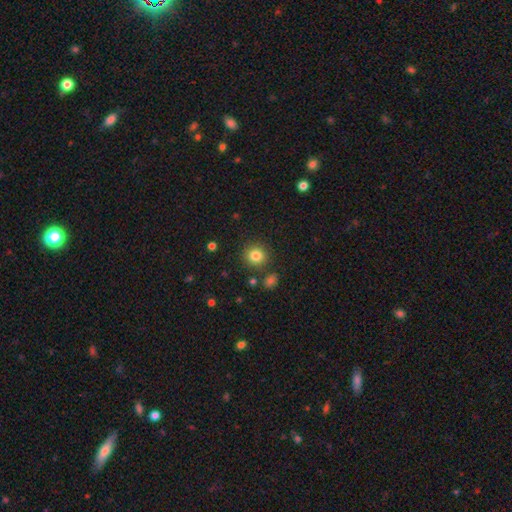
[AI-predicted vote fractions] smooth 83%, star or artifact 11%, featured or disk 6%. Down the decision tree: how rounded — round (90%); merging — none (87%).